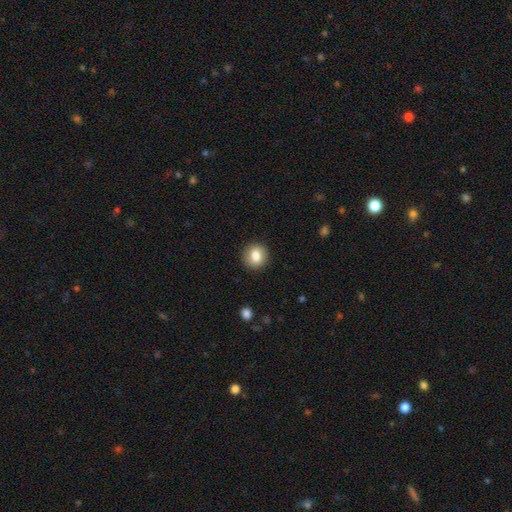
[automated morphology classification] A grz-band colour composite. It shows a smooth galaxy with no disk features (81%) that is round (84%). Merging: none (90%).